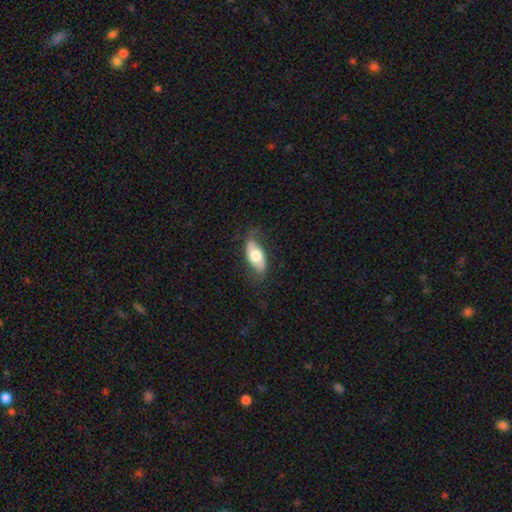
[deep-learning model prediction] Smooth or featured? Predicted: smooth (p=0.58). How rounded? Predicted: in between (p=0.85). Merging? Predicted: none (p=0.70).